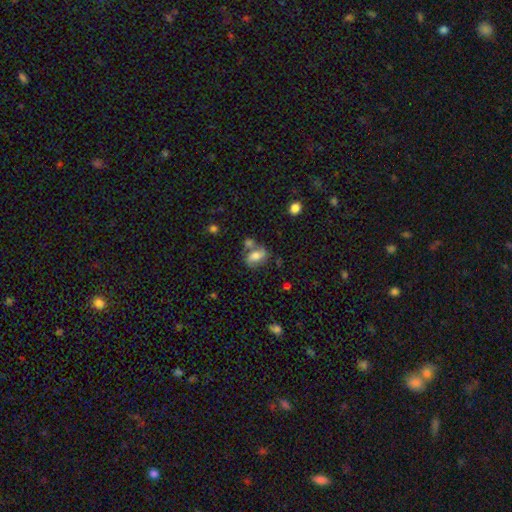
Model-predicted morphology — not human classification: Overall: smooth (61%; featured or disk 30%). How rounded: in between (83%). Merging: none (49%; merger 27%).